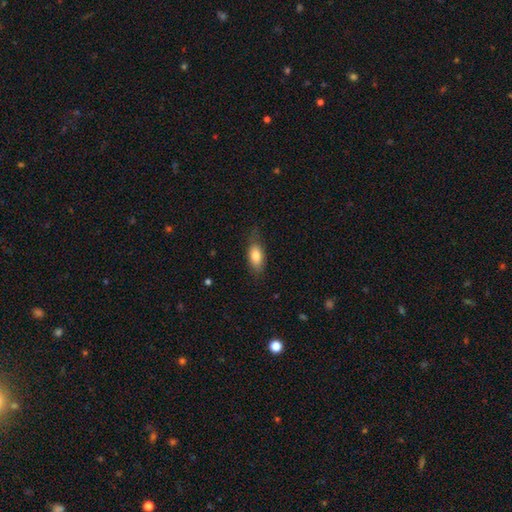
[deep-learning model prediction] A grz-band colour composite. It shows a smooth galaxy with no disk features (80%) that is in between round and cigar-shaped (85%). Merging: none (70%).